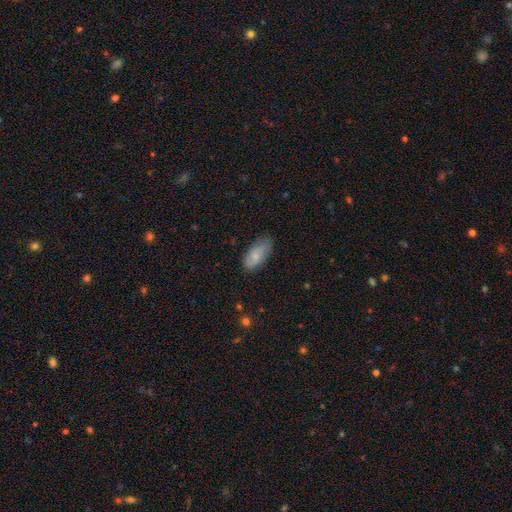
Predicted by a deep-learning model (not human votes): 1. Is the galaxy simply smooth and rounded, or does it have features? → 69% smooth, 25% featured or disk, 6% star or artifact.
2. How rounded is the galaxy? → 89% in between, 8% cigar-shaped, 3% round.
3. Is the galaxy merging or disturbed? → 73% none, 21% minor disturbance, 4% major disturbance, 1% merger.